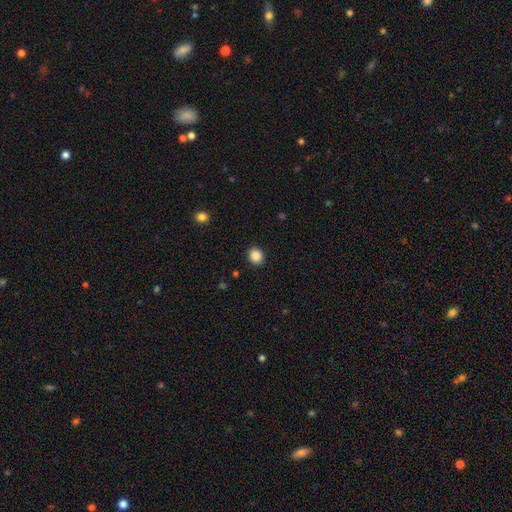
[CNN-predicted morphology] smooth-or-featured: smooth: 87% | star or artifact: 10% | featured or disk: 3%
  how-rounded: round: 74% | in between: 25% | cigar-shaped: 1%
  merging: none: 91% | minor disturbance: 6% | major disturbance: 2% | merger: 1%